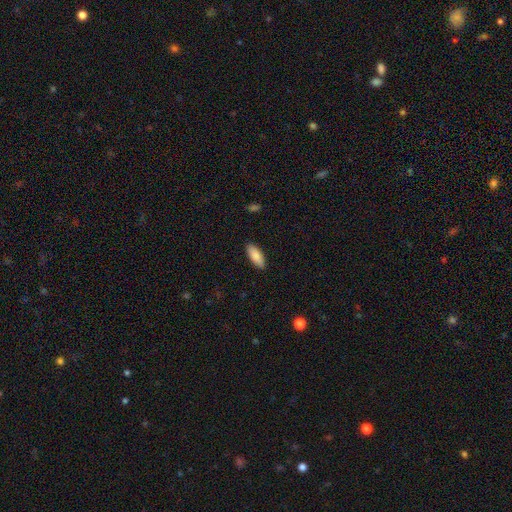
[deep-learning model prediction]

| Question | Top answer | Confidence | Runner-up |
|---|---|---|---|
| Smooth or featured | smooth | 87% | featured or disk (7%) |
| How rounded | in between | 77% | cigar-shaped (22%) |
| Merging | none | 89% | minor disturbance (8%) |